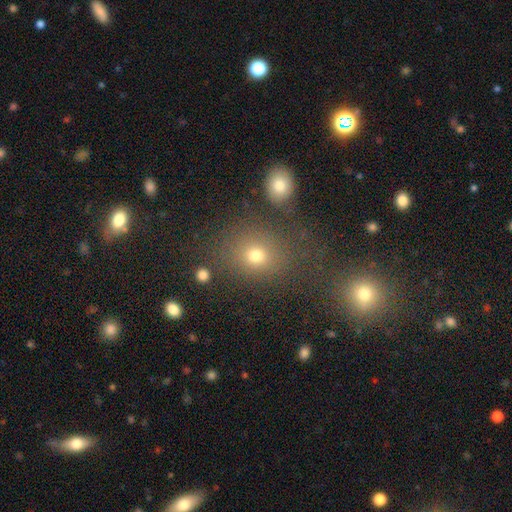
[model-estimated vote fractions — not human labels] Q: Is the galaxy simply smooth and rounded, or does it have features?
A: smooth — 71%.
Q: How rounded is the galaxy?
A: round — 65%.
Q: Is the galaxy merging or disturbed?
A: none — 71%.